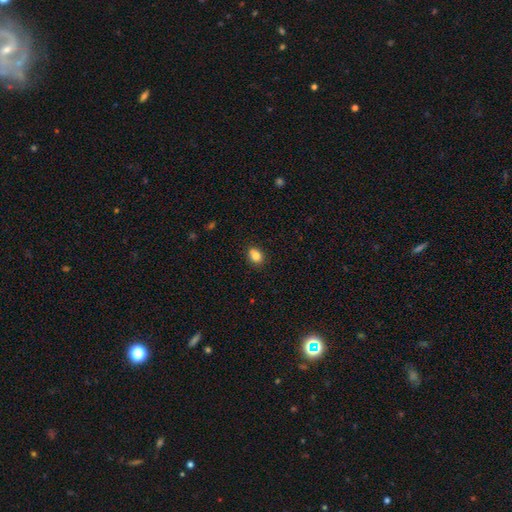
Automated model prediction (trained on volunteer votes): This appears to be a smooth galaxy with no disk features (81%) that is in between round and cigar-shaped (52%). Merging: none (68%).